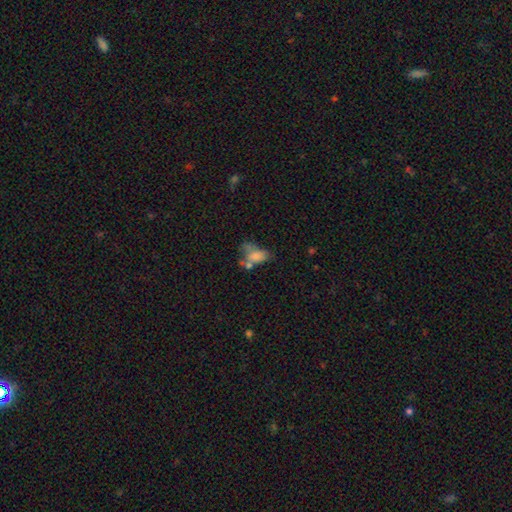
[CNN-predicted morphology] Smooth or featured?
  - smooth: 68% *
  - featured or disk: 20%
  - star or artifact: 11%
How rounded?
  - in between: 87% *
  - round: 9%
  - cigar-shaped: 4%
Merging?
  - merger: 33% *
  - none: 26%
  - major disturbance: 21%
  - minor disturbance: 20%